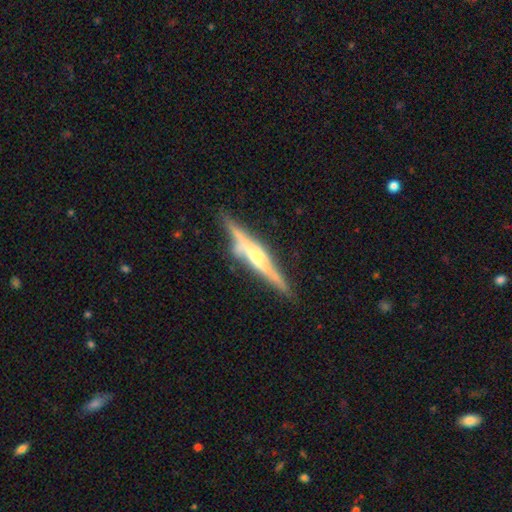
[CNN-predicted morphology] A featured or disk galaxy (76%) viewed edge-on (94%) with a rounded central bulge (75%).

Vote fractions:
- Smooth or featured? featured or disk: 76% / smooth: 19% / star or artifact: 5%
- Edge-on disk? yes: 94% / no: 6%
- Edge-on bulge? rounded: 75% / boxy: 13% / none: 12%
- Merging? none: 71% / minor disturbance: 19% / merger: 5% / major disturbance: 5%